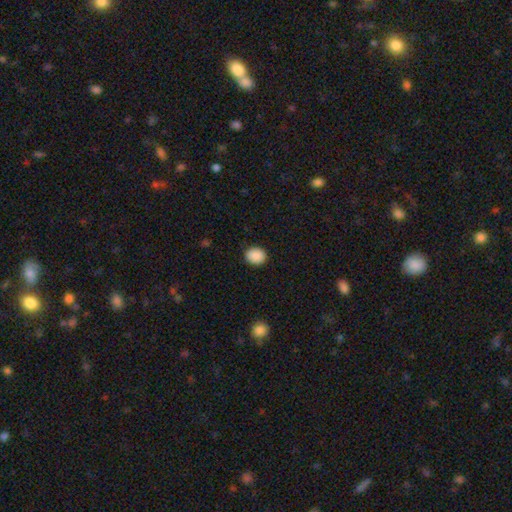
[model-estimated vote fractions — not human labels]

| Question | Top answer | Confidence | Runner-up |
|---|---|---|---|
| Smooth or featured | smooth | 89% | star or artifact (8%) |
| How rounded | round | 66% | in between (34%) |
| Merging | none | 89% | minor disturbance (8%) |